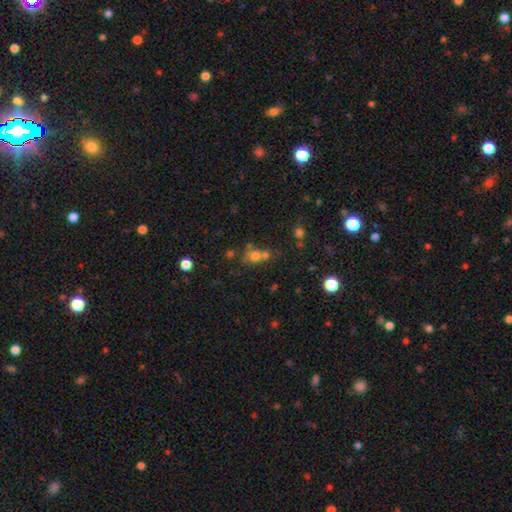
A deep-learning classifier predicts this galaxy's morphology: Smooth or featured? smooth (67%)
How rounded? round (63%)
Merging? merger (46%)